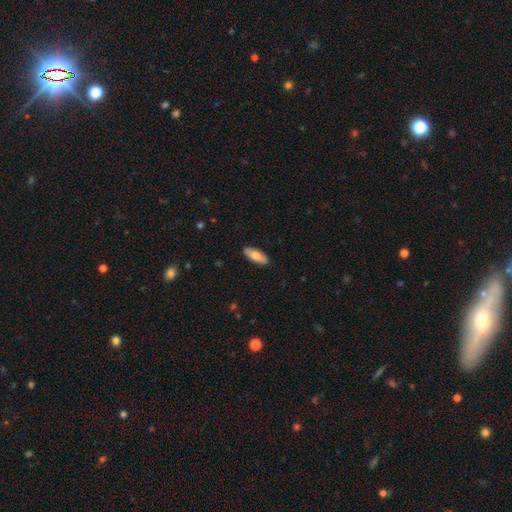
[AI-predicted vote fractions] smooth 79%, featured or disk 15%, star or artifact 5%. Down the decision tree: how rounded — in between (74%); merging — none (87%).